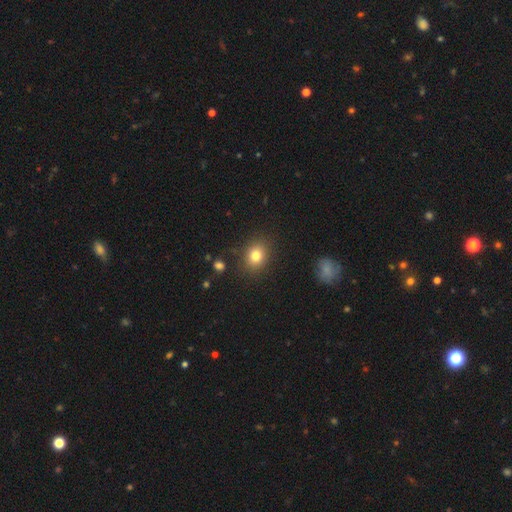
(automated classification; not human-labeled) Smooth or featured: smooth — 80% (star or artifact — 12%)
How rounded: round — 60% (in between — 39%)
Merging: none — 86% (minor disturbance — 9%)